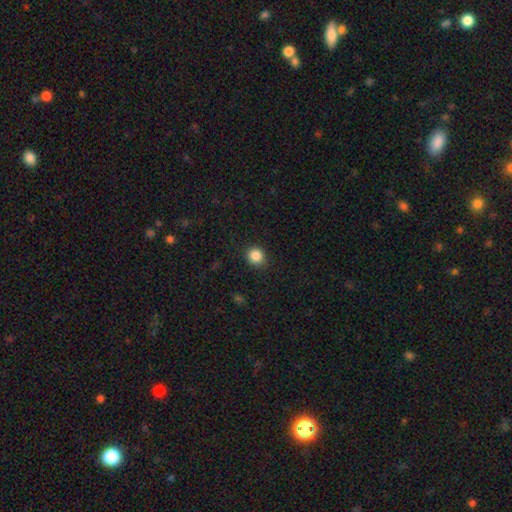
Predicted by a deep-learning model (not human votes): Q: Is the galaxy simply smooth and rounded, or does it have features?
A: smooth — 86%.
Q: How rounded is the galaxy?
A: round — 88%.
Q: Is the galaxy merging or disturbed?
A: none — 89%.